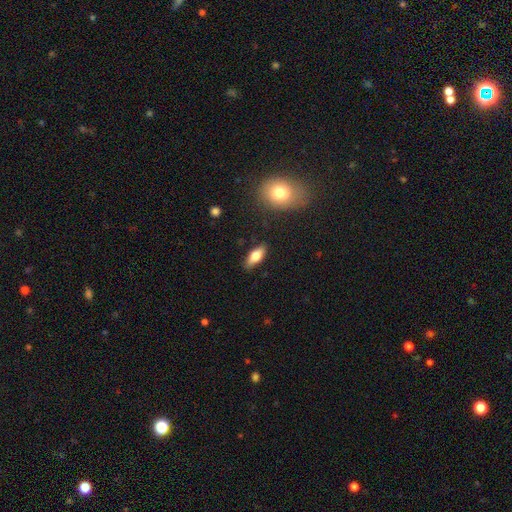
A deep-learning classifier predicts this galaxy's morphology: smooth-or-featured: smooth: 69% | featured or disk: 25% | star or artifact: 7%
  how-rounded: in between: 77% | cigar-shaped: 20% | round: 3%
  merging: none: 85% | minor disturbance: 10% | major disturbance: 2% | merger: 2%